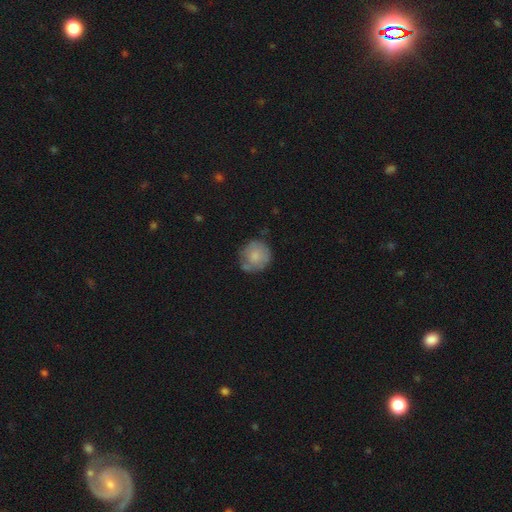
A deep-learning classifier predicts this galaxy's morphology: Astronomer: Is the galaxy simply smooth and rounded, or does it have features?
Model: smooth — 69%.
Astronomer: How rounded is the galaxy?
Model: round — 88%.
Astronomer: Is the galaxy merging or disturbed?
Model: none — 62%.